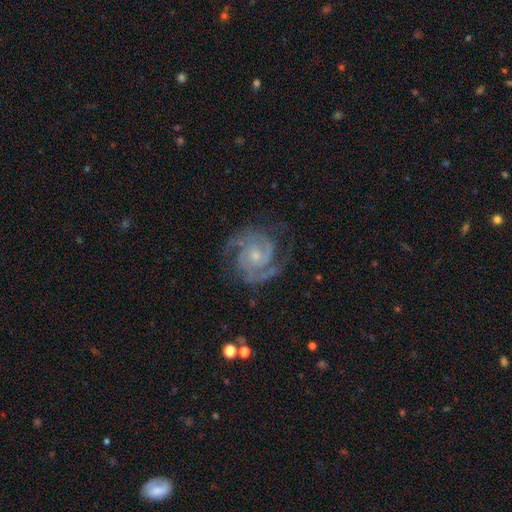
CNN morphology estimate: Smooth or featured? featured or disk (90%)
Edge-on disk? no (98%)
Bar? no (68%)
Spiral arms? yes (98%)
Spiral winding? tight (57%)
Spiral arm count? 2 (62%)
Bulge size? small (68%)
Merging? none (76%)